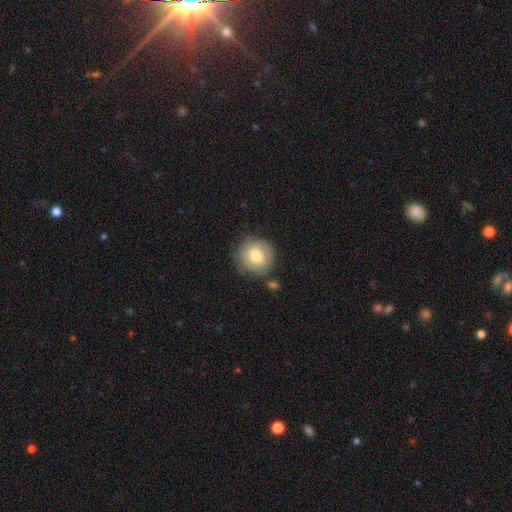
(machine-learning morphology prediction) This appears to be a smooth galaxy with no disk features (73%) that is round (88%). Merging: none (73%).